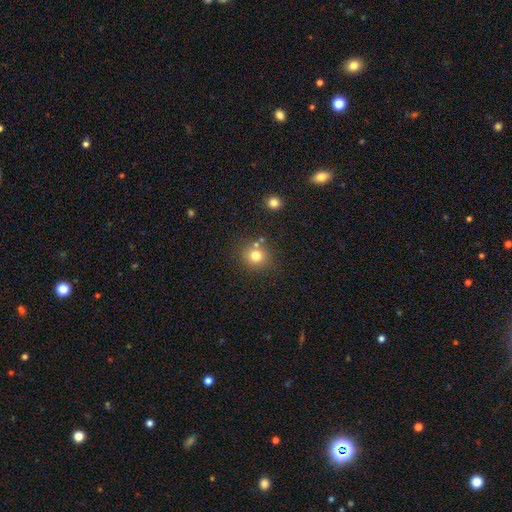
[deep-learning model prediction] Smooth or featured? smooth (78%)
How rounded? round (87%)
Merging? none (75%)